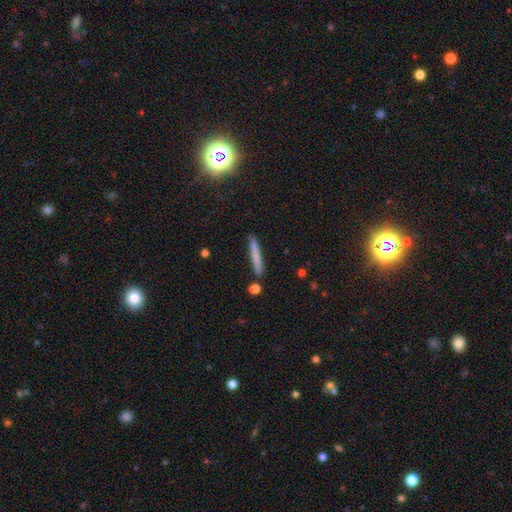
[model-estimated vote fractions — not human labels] A smooth galaxy with no disk features (73%) that is cigar-shaped (95%). Merging: none (86%).